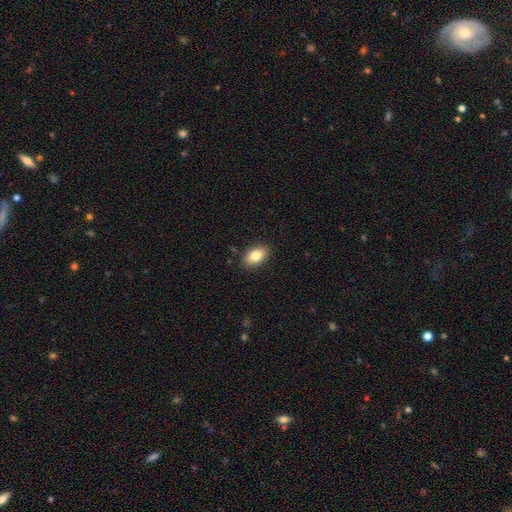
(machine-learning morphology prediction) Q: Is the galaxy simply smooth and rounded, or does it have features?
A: smooth — 82%.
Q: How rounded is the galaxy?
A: in between — 89%.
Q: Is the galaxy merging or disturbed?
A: none — 88%.